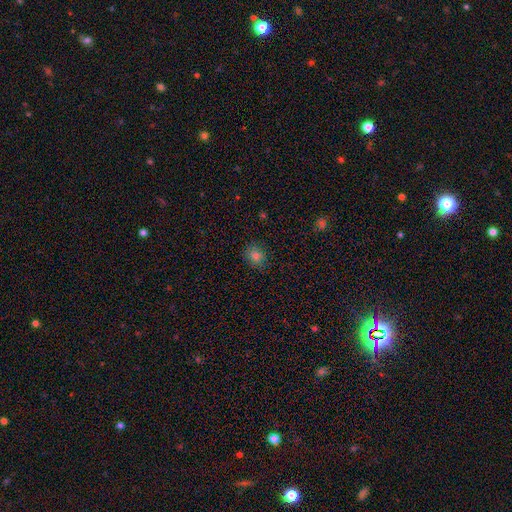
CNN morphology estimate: Smooth or featured? Predicted: smooth (p=0.80). How rounded? Predicted: round (p=0.63). Merging? Predicted: none (p=0.86).